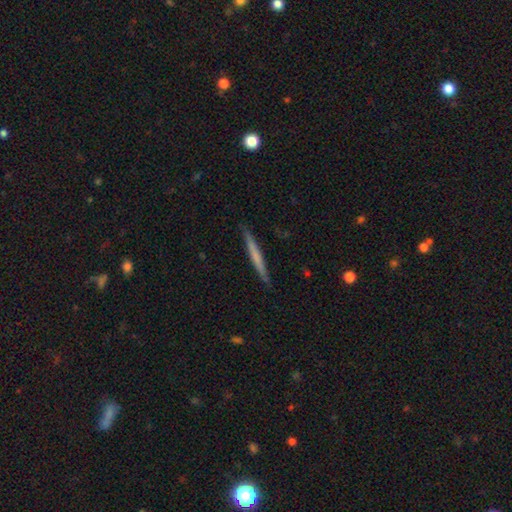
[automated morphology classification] A smooth galaxy with no disk features (55%) that is cigar-shaped (97%).

Vote fractions:
- Smooth or featured? smooth: 55% / featured or disk: 40% / star or artifact: 5%
- How rounded? cigar-shaped: 97% / in between: 2% / round: 1%
- Merging? none: 89% / minor disturbance: 8% / major disturbance: 1% / merger: 1%